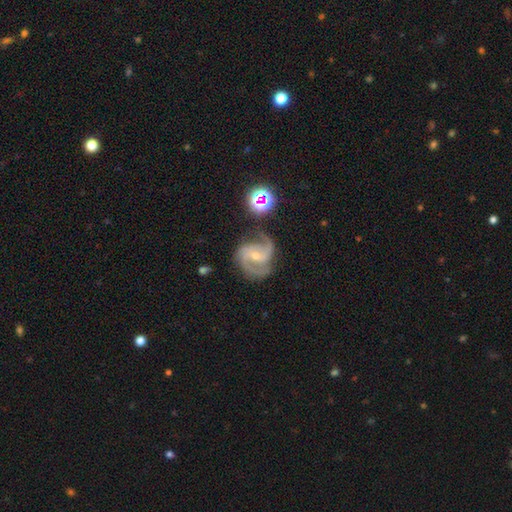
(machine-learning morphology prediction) smooth-or-featured: featured or disk: 90% | star or artifact: 6% | smooth: 4%
  disk-edge-on: no: 98% | yes: 2%
    bar: weak: 43% | no: 38% | strong: 20%
    has-spiral-arms: yes: 98% | no: 2%
      spiral-winding: medium: 61% | tight: 26% | loose: 13%
      spiral-arm-count: 2: 63% | 3: 26% | can't tell: 4% | 4: 3% | 1: 2% | more than 4: 2%
    bulge-size: small: 58% | moderate: 39% | none: 1% | large: 1% | dominant: 1%
  merging: none: 68% | minor disturbance: 20% | major disturbance: 9% | merger: 3%